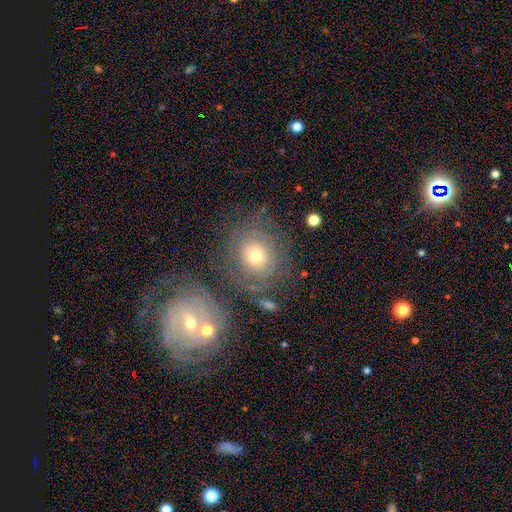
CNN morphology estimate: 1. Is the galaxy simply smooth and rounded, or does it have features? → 48% featured or disk, 41% smooth, 11% star or artifact.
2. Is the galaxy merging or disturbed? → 67% none, 14% minor disturbance, 10% major disturbance, 9% merger.